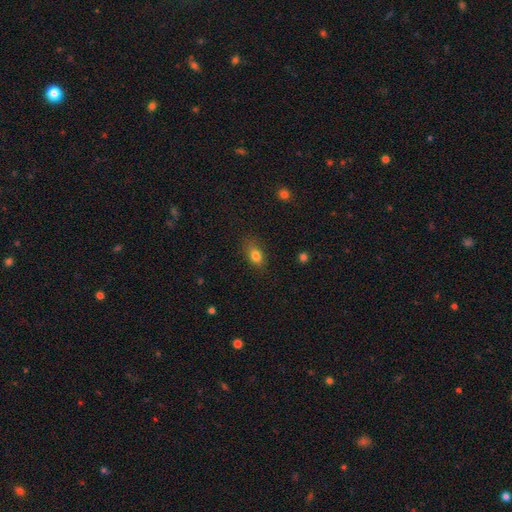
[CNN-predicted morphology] Q: Smooth or featured?
A: smooth (81%); runner-up: star or artifact (10%)
Q: How rounded?
A: in between (78%); runner-up: round (17%)
Q: Merging?
A: none (76%); runner-up: minor disturbance (17%)